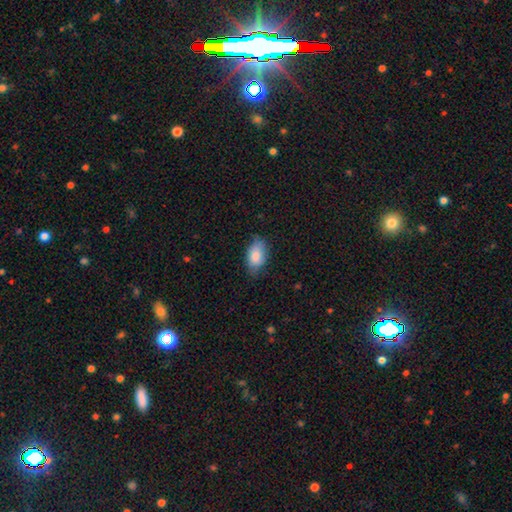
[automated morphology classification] A smooth galaxy with no disk features (84%) that is in between round and cigar-shaped (91%).

Vote fractions:
- Smooth or featured? smooth: 84% / featured or disk: 9% / star or artifact: 7%
- How rounded? in between: 91% / round: 6% / cigar-shaped: 2%
- Merging? none: 71% / minor disturbance: 24% / major disturbance: 4% / merger: 1%